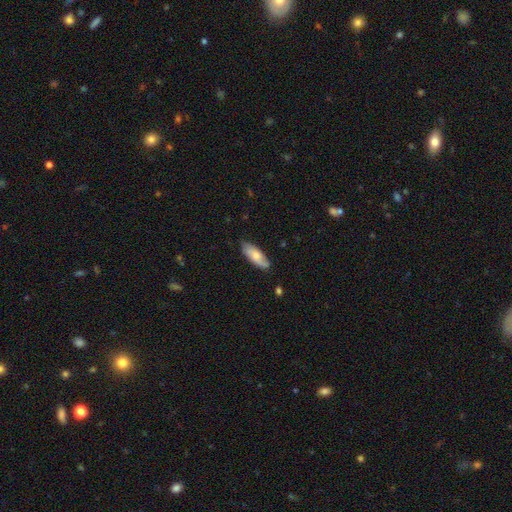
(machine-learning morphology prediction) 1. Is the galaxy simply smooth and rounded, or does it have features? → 63% smooth, 31% featured or disk, 6% star or artifact.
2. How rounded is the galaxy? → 73% in between, 25% cigar-shaped, 2% round.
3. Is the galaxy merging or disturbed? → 78% none, 18% minor disturbance, 3% major disturbance, 1% merger.